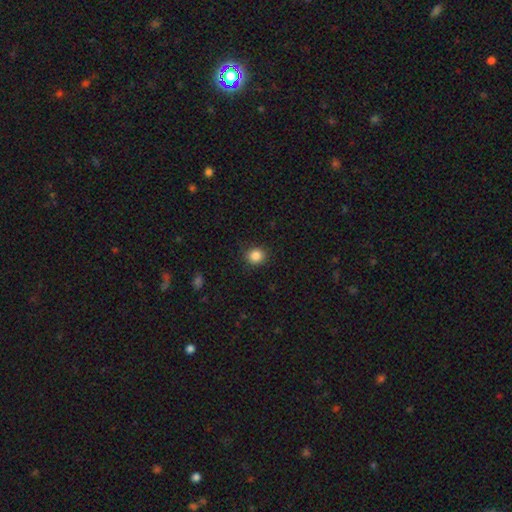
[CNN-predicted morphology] This appears to be a smooth galaxy with no disk features (86%) that is round (87%). Merging: none (89%).